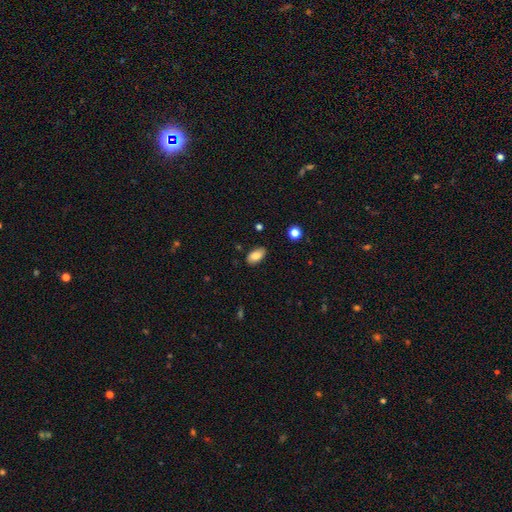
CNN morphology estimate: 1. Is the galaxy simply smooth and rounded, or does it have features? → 83% smooth, 9% featured or disk, 8% star or artifact.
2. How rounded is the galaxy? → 93% in between, 4% round, 3% cigar-shaped.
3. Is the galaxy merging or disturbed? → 84% none, 12% minor disturbance, 2% major disturbance, 1% merger.